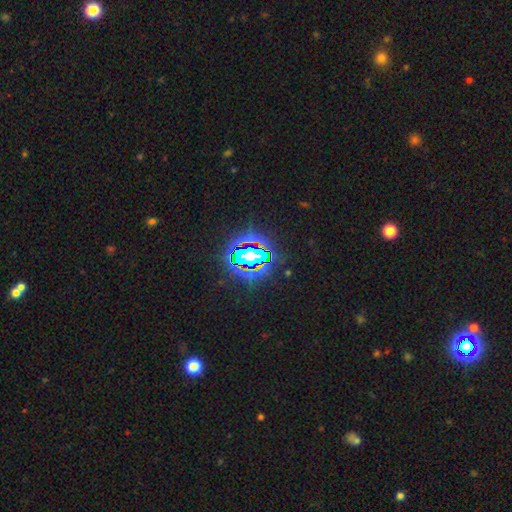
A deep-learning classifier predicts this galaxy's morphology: Q: Smooth or featured?
A: star or artifact (80%); runner-up: smooth (13%)